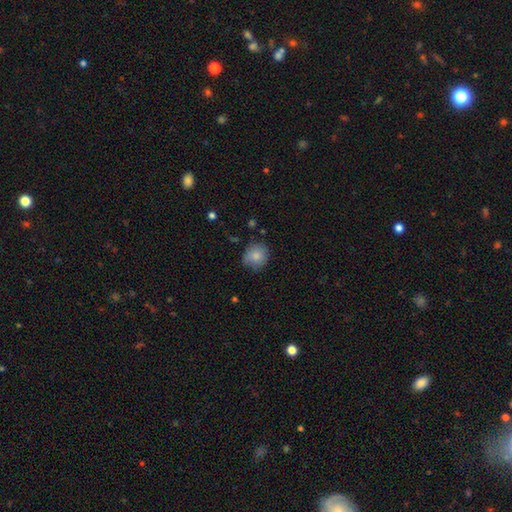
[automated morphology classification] type=smooth (82%); roundness=round (78%); merging=none (70%).